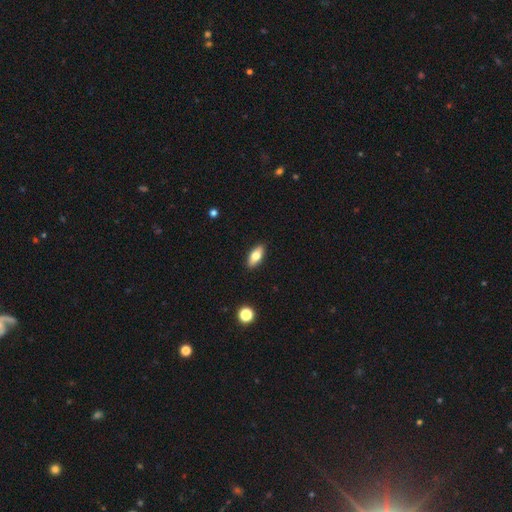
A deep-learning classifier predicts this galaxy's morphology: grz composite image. It shows a smooth galaxy with no disk features (71%) that is in between round and cigar-shaped (81%). Merging: none (90%).